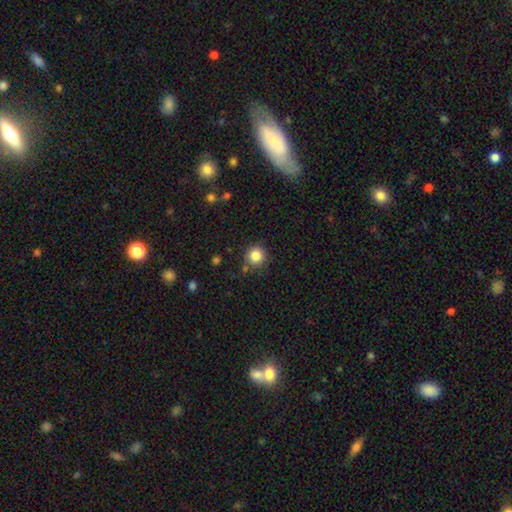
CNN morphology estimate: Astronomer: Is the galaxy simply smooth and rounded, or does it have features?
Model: smooth — 85%.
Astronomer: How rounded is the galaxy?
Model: round — 94%.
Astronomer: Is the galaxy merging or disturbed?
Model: none — 84%.